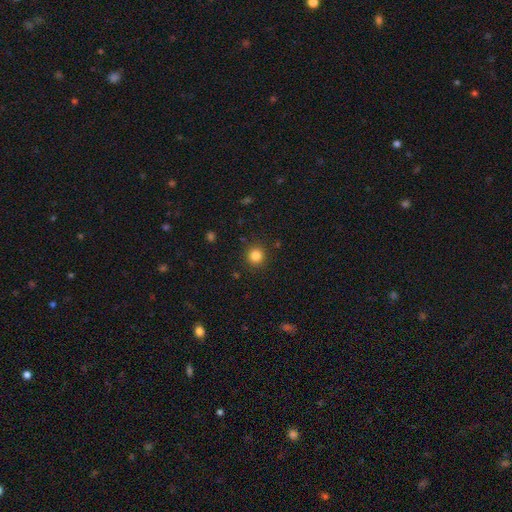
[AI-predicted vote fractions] smooth 84%, star or artifact 12%, featured or disk 5%. Down the decision tree: how rounded — round (93%); merging — none (90%).